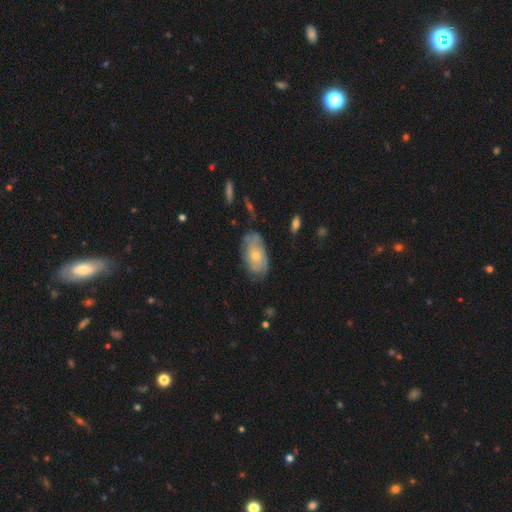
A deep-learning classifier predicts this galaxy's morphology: This is possibly a featured or disk galaxy (52%). It is clearly not viewed edge-on (92%). Merging: likely none (63%).